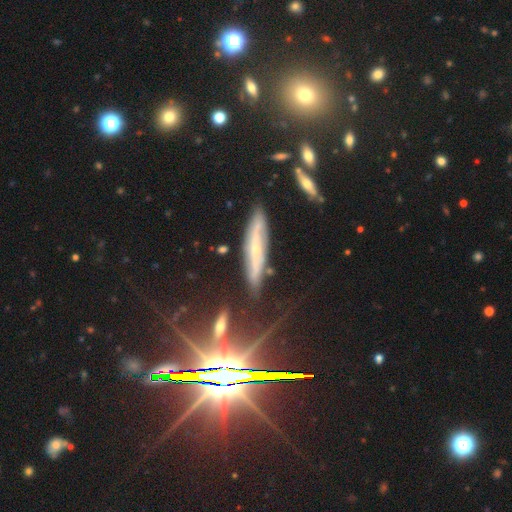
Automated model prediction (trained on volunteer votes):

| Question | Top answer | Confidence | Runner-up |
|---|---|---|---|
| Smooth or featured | featured or disk | 45% | star or artifact (31%) |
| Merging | none | 79% | minor disturbance (14%) |